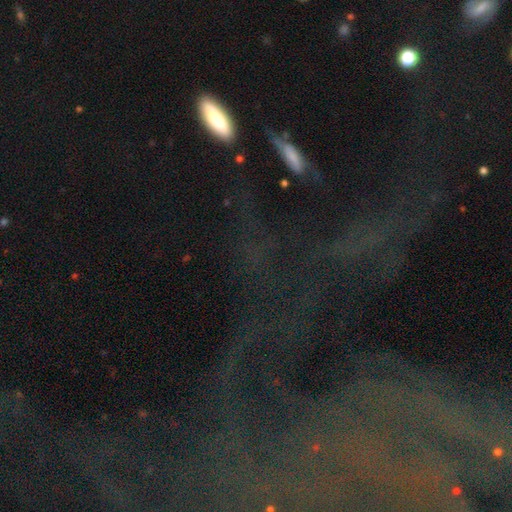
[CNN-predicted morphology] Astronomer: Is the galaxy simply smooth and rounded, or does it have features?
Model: star or artifact — 44% (runner-up: smooth, 30%).